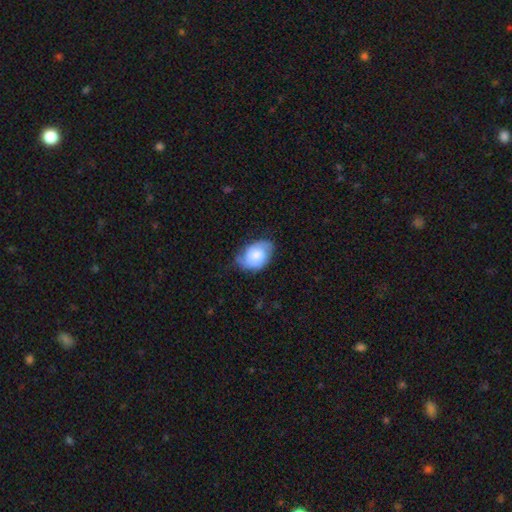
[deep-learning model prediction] The model was most divided on "smooth or featured": smooth: 51%, featured or disk: 42%, star or artifact: 7%. More confident: how rounded — in between (80%); merging — none (56%).